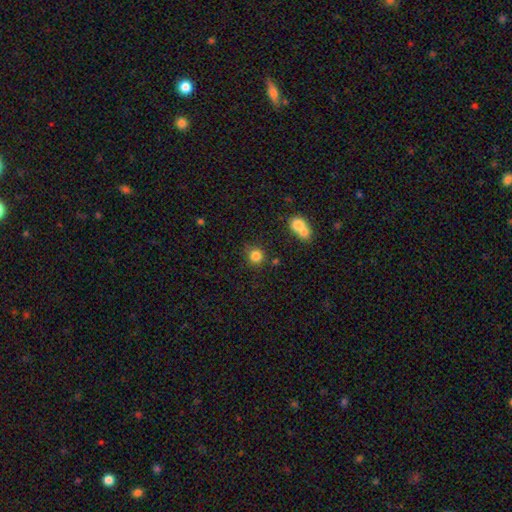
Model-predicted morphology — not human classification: Q: Smooth or featured?
A: smooth (83%); runner-up: star or artifact (12%)
Q: How rounded?
A: round (90%); runner-up: in between (9%)
Q: Merging?
A: none (75%); runner-up: minor disturbance (11%)